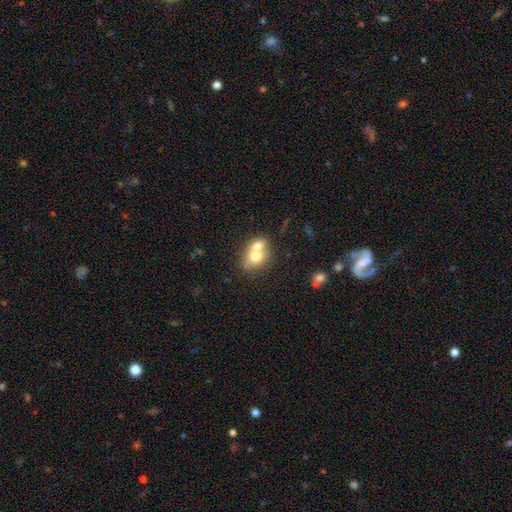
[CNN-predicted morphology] Smooth or featured?
  - smooth: 68% *
  - featured or disk: 23%
  - star or artifact: 9%
How rounded?
  - in between: 52% *
  - round: 47%
  - cigar-shaped: 1%
Merging?
  - merger: 64% *
  - none: 26%
  - minor disturbance: 7%
  - major disturbance: 3%